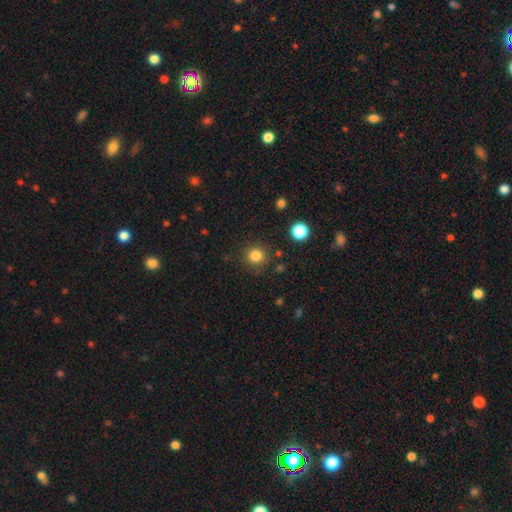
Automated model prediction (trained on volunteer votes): smooth 82%, star or artifact 13%, featured or disk 5%. Down the decision tree: how rounded — round (93%); merging — none (87%).